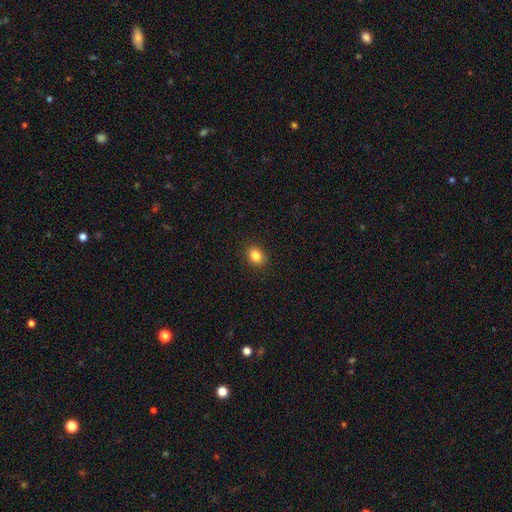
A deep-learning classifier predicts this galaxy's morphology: This is clearly a smooth galaxy (84%). How rounded: possibly in between (51%). Merging: clearly none (89%).